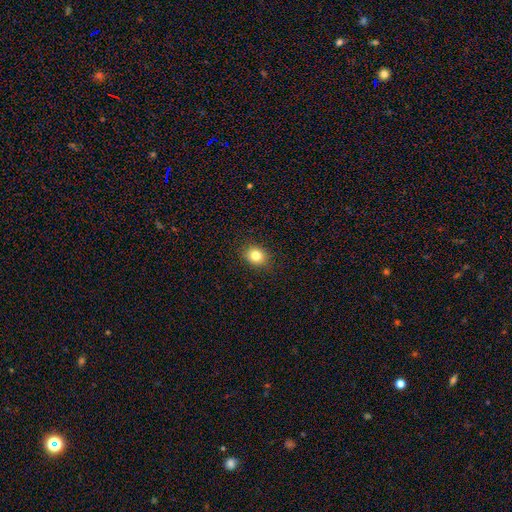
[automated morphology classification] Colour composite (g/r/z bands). It shows a smooth galaxy with no disk features (82%) that is round (61%). Merging: none (89%).